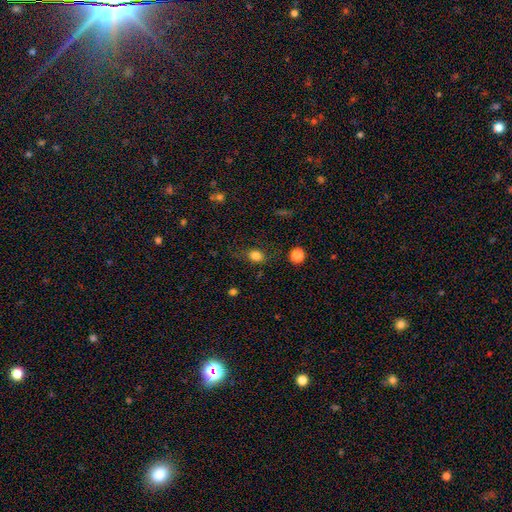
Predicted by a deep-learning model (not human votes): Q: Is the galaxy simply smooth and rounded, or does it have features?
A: smooth — 82%.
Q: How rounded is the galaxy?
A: in between — 62%.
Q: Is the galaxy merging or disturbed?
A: none — 71%.